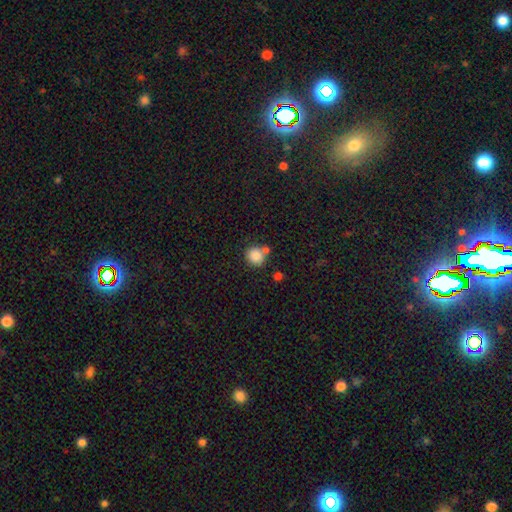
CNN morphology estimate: smooth 84%, star or artifact 10%, featured or disk 6%. Down the decision tree: how rounded — round (85%); merging — none (65%).